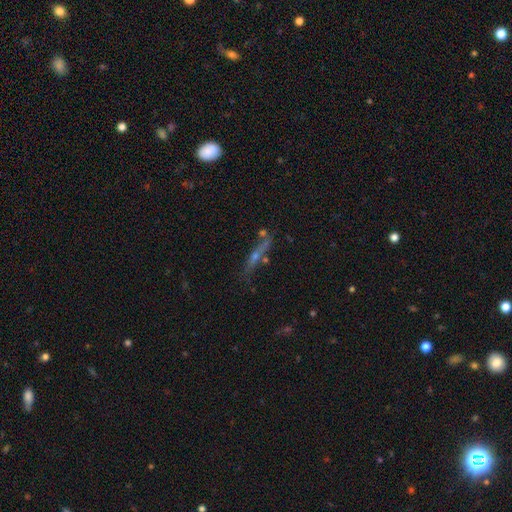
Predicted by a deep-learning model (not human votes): The model was most divided on "smooth or featured": featured or disk: 57%, smooth: 26%, star or artifact: 16%. More confident: edge-on disk — yes (85%); merging — none (65%).